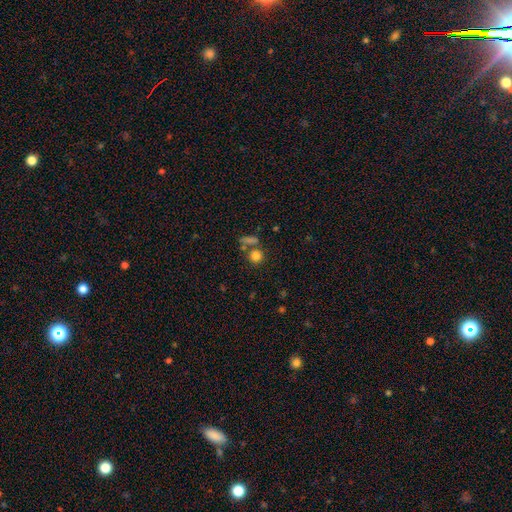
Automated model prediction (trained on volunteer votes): smooth 80%, star or artifact 13%, featured or disk 7%. Down the decision tree: how rounded — round (88%); merging — none (65%).